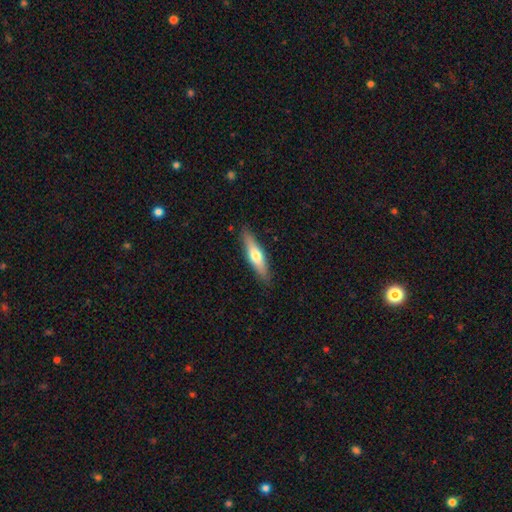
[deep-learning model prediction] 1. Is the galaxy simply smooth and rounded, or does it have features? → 51% smooth, 44% featured or disk, 6% star or artifact.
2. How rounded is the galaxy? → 74% cigar-shaped, 24% in between, 2% round.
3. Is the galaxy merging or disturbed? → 88% none, 9% minor disturbance, 2% major disturbance, 1% merger.